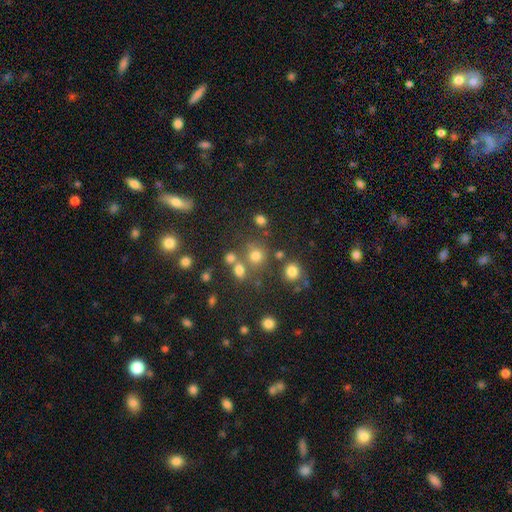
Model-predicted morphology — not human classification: The model was most divided on "merging": none: 62%, merger: 21%, minor disturbance: 10%, major disturbance: 6%. More confident: how rounded — round (83%); smooth or featured — smooth (71%).